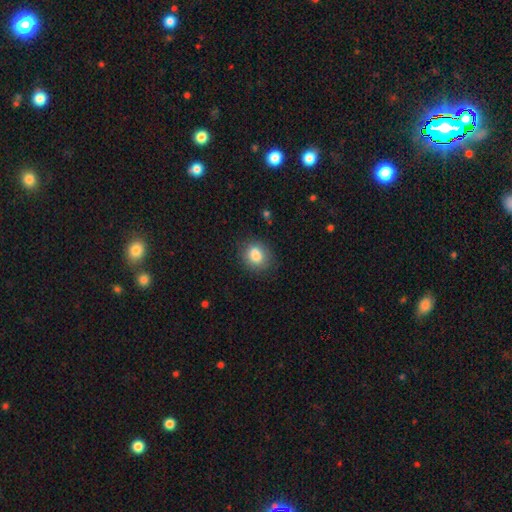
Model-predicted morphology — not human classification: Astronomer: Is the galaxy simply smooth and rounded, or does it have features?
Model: smooth — 84%.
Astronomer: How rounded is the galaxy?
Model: round — 51% (runner-up: in between, 48%).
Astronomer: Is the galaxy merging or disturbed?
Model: none — 79%.